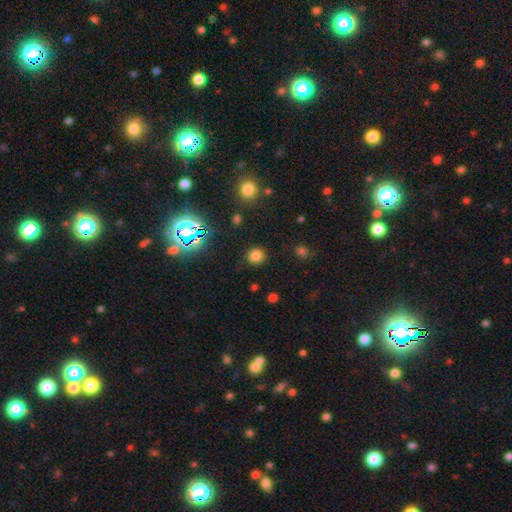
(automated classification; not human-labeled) Smooth or featured? smooth (75%)
How rounded? round (87%)
Merging? none (85%)